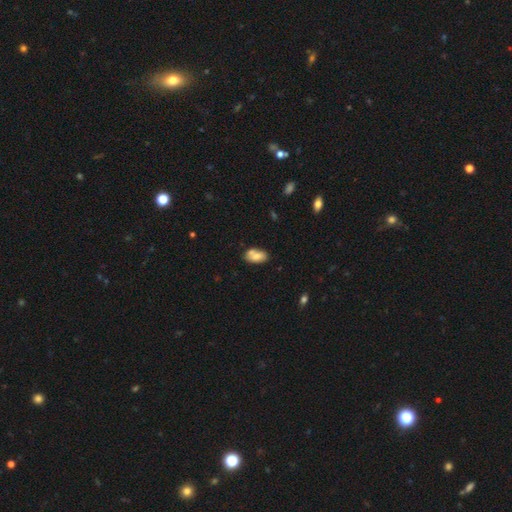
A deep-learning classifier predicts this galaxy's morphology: Smooth or featured?
  - smooth: 72% *
  - featured or disk: 20%
  - star or artifact: 8%
How rounded?
  - in between: 92% *
  - round: 4%
  - cigar-shaped: 4%
Merging?
  - none: 57% *
  - merger: 22%
  - minor disturbance: 17%
  - major disturbance: 4%